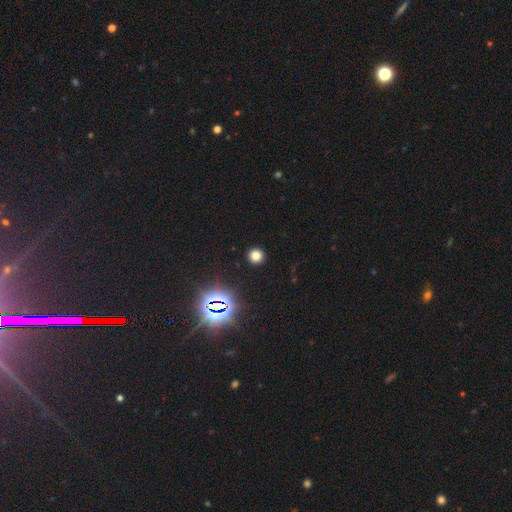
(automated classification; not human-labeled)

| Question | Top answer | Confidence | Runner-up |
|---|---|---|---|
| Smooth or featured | smooth | 74% | star or artifact (21%) |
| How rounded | round | 94% | in between (5%) |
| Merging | none | 92% | minor disturbance (5%) |